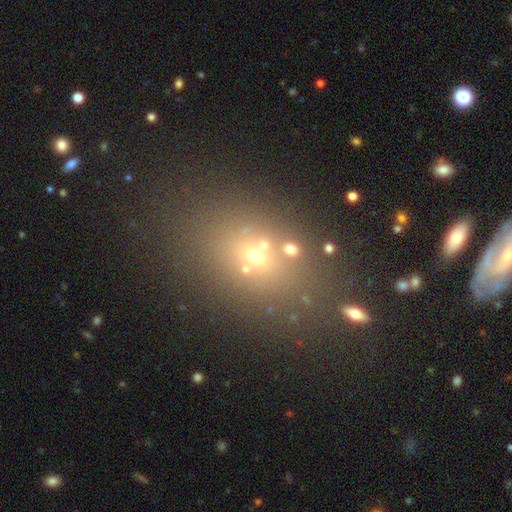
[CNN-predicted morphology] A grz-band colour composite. It shows a smooth galaxy with no disk features (46%). Merging: none (68%).